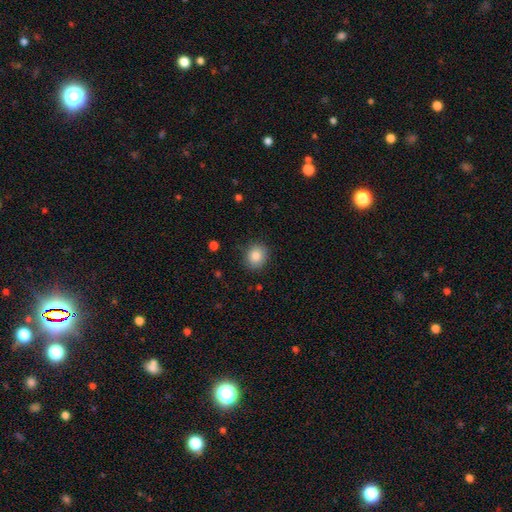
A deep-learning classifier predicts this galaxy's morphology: Q: Smooth or featured?
A: smooth (86%); runner-up: star or artifact (9%)
Q: How rounded?
A: round (76%); runner-up: in between (23%)
Q: Merging?
A: none (87%); runner-up: minor disturbance (9%)